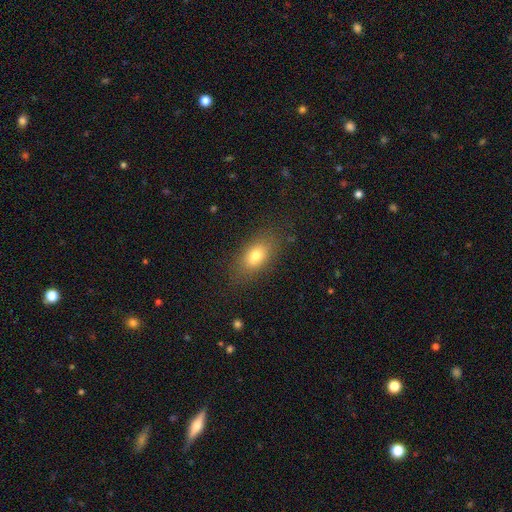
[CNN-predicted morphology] Smooth or featured: smooth — 76% (featured or disk — 14%)
How rounded: in between — 84% (round — 10%)
Merging: none — 82% (minor disturbance — 12%)